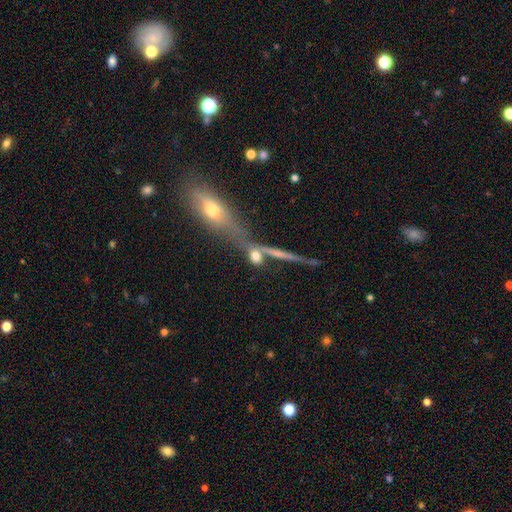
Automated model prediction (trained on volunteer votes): This is likely a smooth galaxy (60%). How rounded: marginally round (44%). Merging: possibly none (49%).